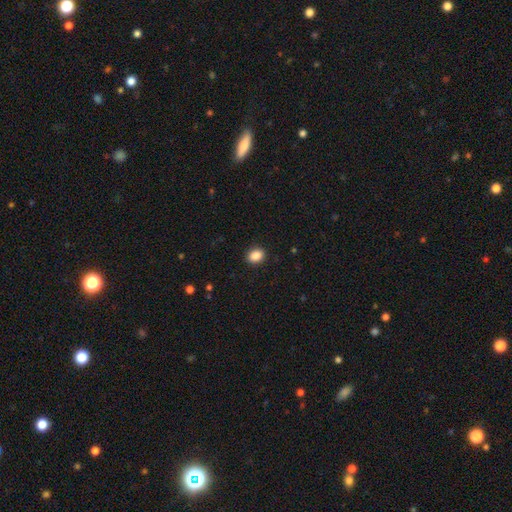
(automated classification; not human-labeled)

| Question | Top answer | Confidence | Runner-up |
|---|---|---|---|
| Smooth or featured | smooth | 87% | star or artifact (9%) |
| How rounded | round | 50% | in between (49%) |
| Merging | none | 91% | minor disturbance (6%) |